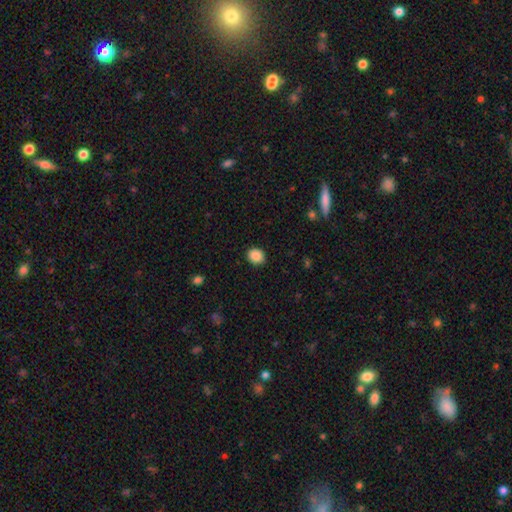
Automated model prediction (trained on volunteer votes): smooth-or-featured: smooth: 88% | star or artifact: 9% | featured or disk: 3%
  how-rounded: round: 60% | in between: 39% | cigar-shaped: 1%
  merging: none: 90% | minor disturbance: 7% | major disturbance: 2% | merger: 1%